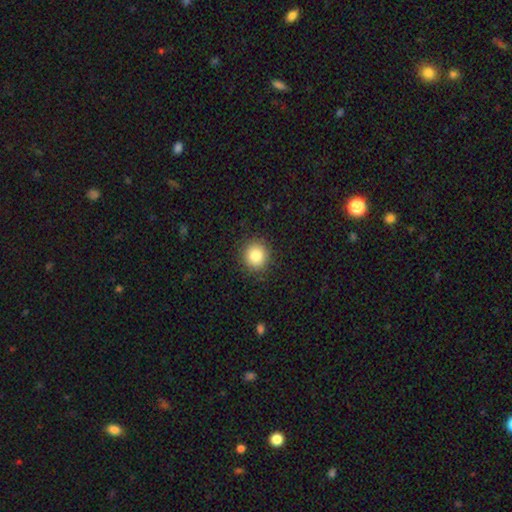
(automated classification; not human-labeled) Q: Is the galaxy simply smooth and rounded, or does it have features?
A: smooth — 84%.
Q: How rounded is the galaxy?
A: round — 90%.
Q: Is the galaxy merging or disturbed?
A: none — 90%.